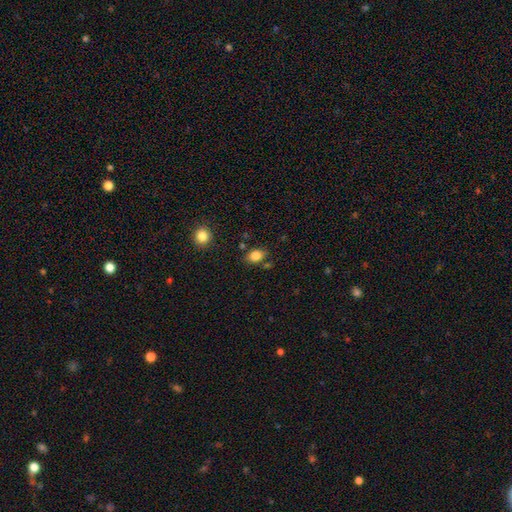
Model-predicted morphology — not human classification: smooth_or_featured: smooth (p=0.85) [alt: star or artifact p=0.10]
how_rounded: in between (p=0.74) [alt: round p=0.25]
merging: none (p=0.77) [alt: minor disturbance p=0.14]